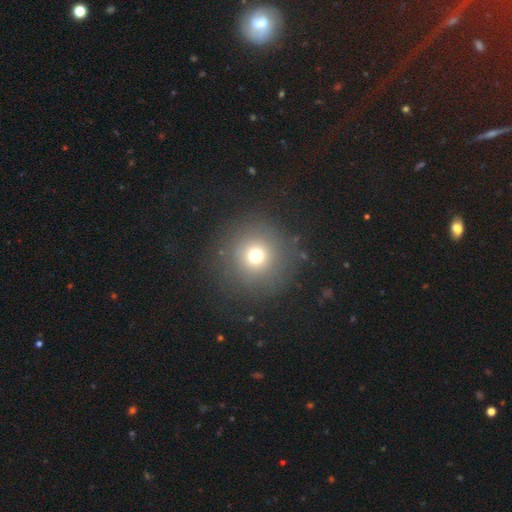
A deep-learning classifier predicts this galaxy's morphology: This appears to be a smooth galaxy with no disk features (70%) that is round (95%). Merging: none (86%).